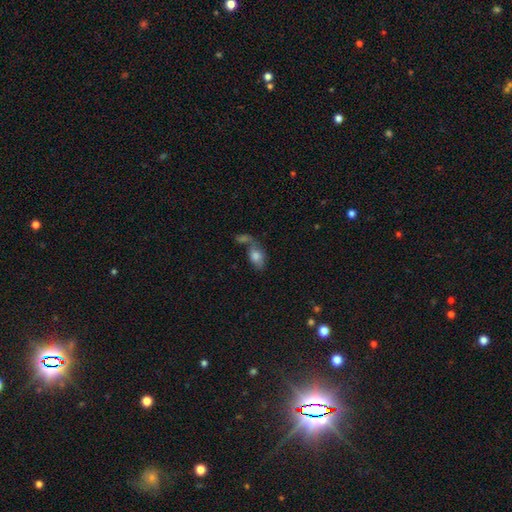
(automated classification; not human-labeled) smooth 75%, featured or disk 16%, star or artifact 9%. Down the decision tree: how rounded — in between (86%); merging — merger (45%).